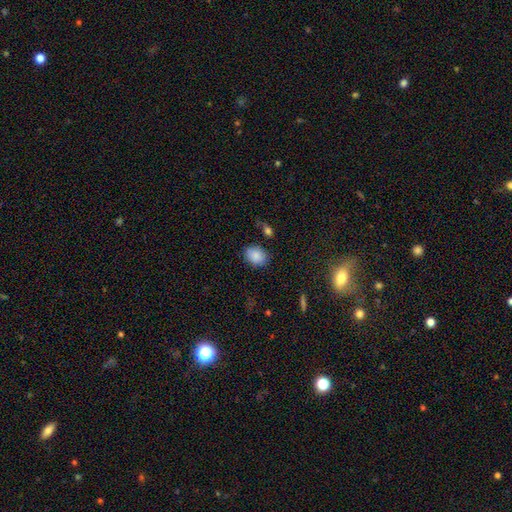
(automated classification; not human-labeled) Morphology: type=smooth (86%); roundness=in between (61%); merging=none (79%).